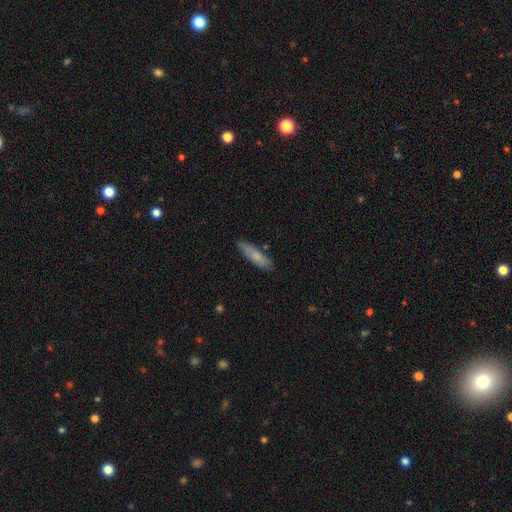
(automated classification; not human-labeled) smooth_or_featured: smooth (p=0.73) [alt: featured or disk p=0.21]
how_rounded: cigar-shaped (p=0.73) [alt: in between p=0.26]
merging: none (p=0.83) [alt: minor disturbance p=0.13]